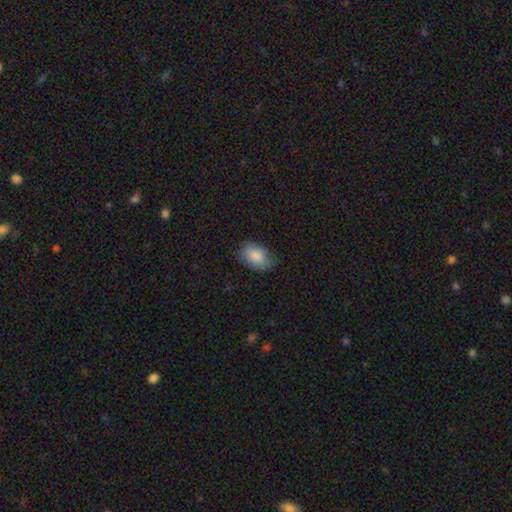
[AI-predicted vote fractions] Smooth or featured? Predicted: smooth (p=0.85). How rounded? Predicted: in between (p=0.86). Merging? Predicted: none (p=0.66).